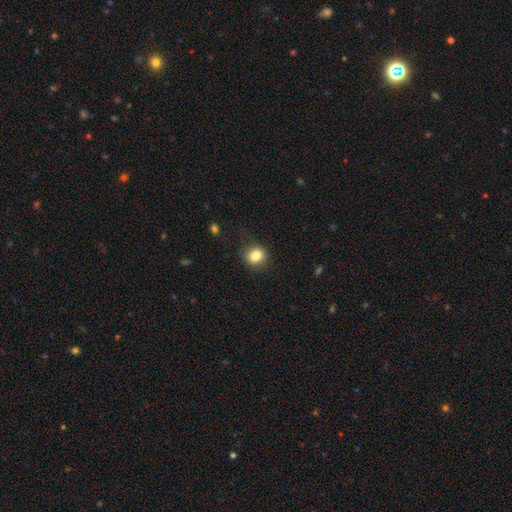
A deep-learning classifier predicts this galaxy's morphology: A smooth galaxy with no disk features (83%) that is round (79%).

Vote fractions:
- Smooth or featured? smooth: 83% / star or artifact: 11% / featured or disk: 6%
- How rounded? round: 79% / in between: 20% / cigar-shaped: 1%
- Merging? none: 83% / minor disturbance: 12% / major disturbance: 4% / merger: 1%